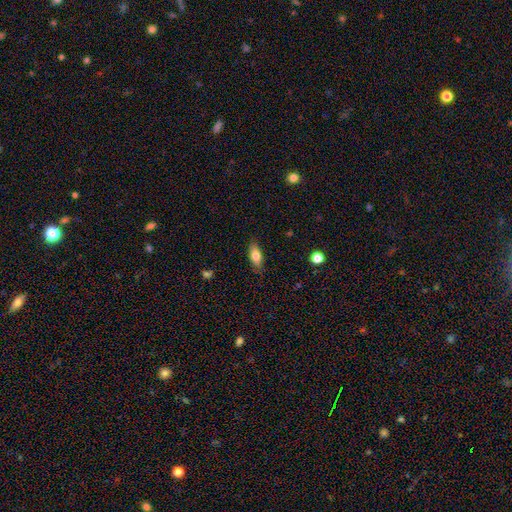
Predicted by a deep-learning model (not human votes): Smooth or featured: smooth — 78% (featured or disk — 15%)
How rounded: in between — 82% (cigar-shaped — 15%)
Merging: none — 83% (minor disturbance — 13%)